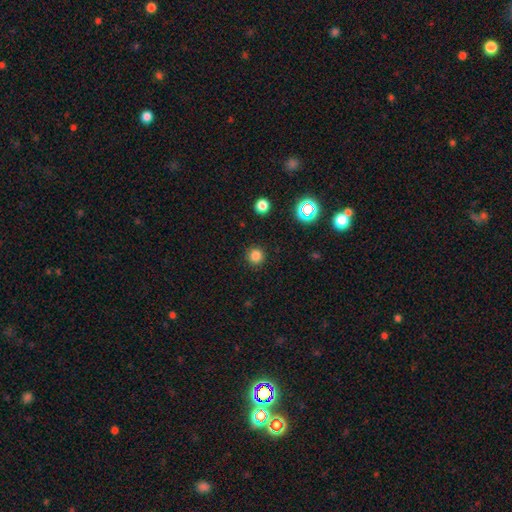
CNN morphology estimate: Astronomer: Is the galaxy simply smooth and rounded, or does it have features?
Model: smooth — 81%.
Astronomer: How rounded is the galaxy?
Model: round — 95%.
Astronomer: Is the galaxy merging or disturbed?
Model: none — 91%.